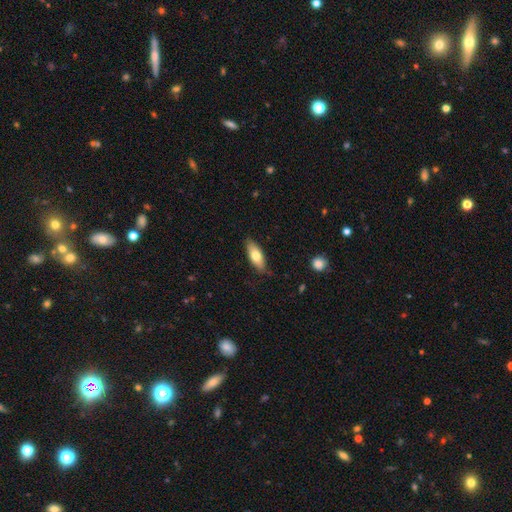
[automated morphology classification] Smooth or featured? smooth (72%)
How rounded? in between (71%)
Merging? none (82%)